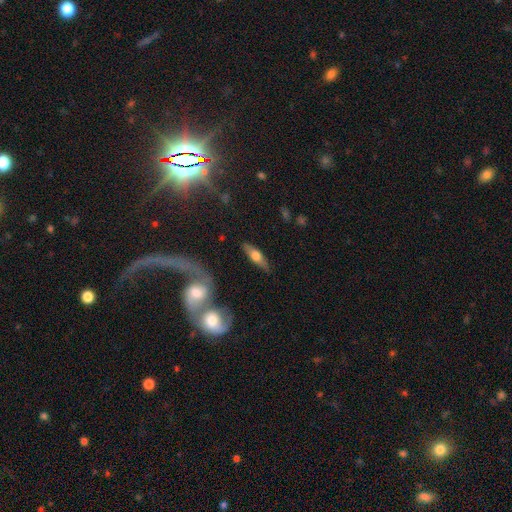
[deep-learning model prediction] featured or disk 50%, smooth 44%, star or artifact 7%. Down the decision tree: merging — none (80%).